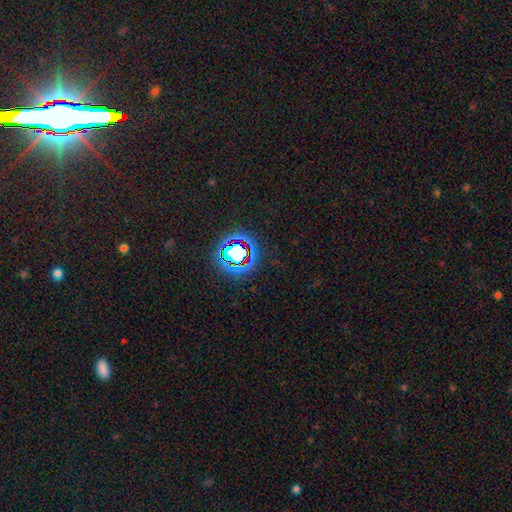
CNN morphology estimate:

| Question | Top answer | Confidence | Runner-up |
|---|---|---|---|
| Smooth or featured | star or artifact | 79% | smooth (11%) |